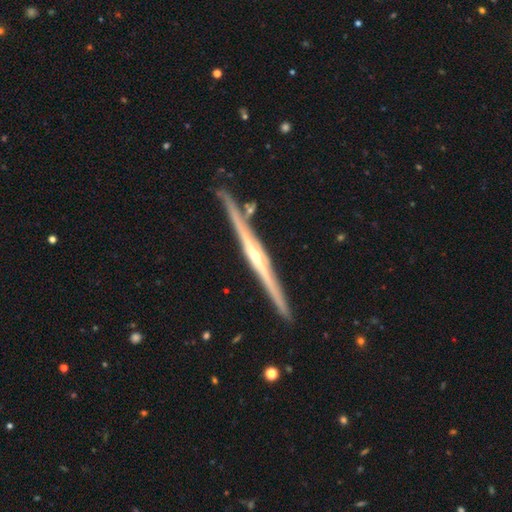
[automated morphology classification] Smooth or featured?
  - featured or disk: 88% *
  - smooth: 8%
  - star or artifact: 5%
Edge-on disk?
  - yes: 98% *
  - no: 2%
Edge-on bulge?
  - rounded: 79% *
  - none: 16%
  - boxy: 6%
Merging?
  - none: 89% *
  - minor disturbance: 7%
  - merger: 2%
  - major disturbance: 1%